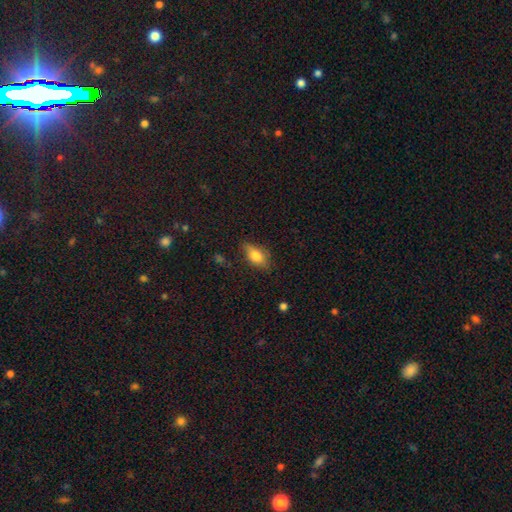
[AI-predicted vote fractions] Smooth or featured? smooth (77%)
How rounded? in between (84%)
Merging? none (70%)